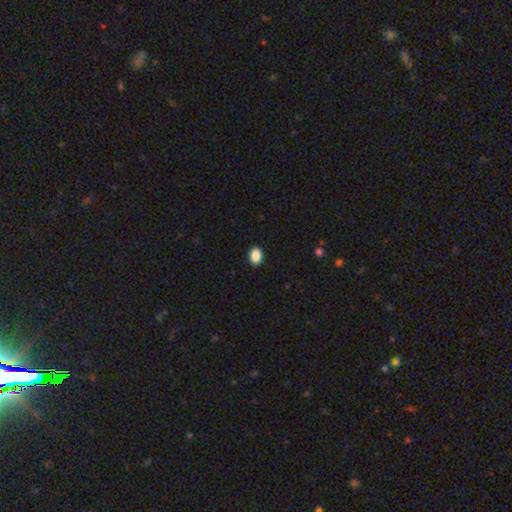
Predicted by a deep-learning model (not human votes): smooth-or-featured: smooth: 90% | star or artifact: 8% | featured or disk: 2%
  how-rounded: in between: 82% | round: 17% | cigar-shaped: 1%
  merging: none: 91% | minor disturbance: 7% | major disturbance: 2% | merger: 1%